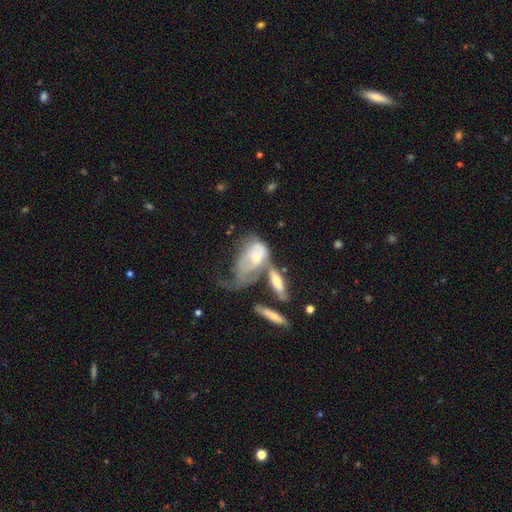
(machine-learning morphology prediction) Smooth or featured?
  - featured or disk: 49% *
  - smooth: 44%
  - star or artifact: 7%
Merging?
  - merger: 45% *
  - major disturbance: 33%
  - minor disturbance: 11%
  - none: 10%